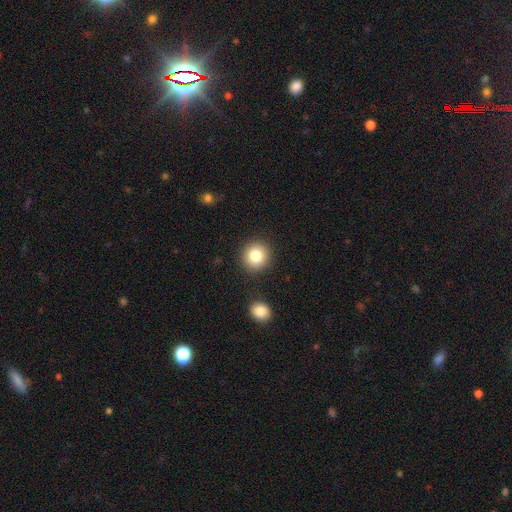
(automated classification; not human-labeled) Overall: smooth (82%). How rounded: round (91%). Merging: none (88%).